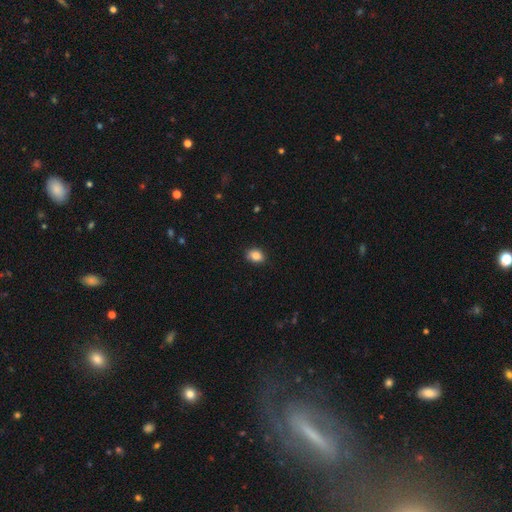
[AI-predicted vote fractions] Q: Smooth or featured?
A: smooth (86%); runner-up: star or artifact (9%)
Q: How rounded?
A: in between (64%); runner-up: round (35%)
Q: Merging?
A: none (86%); runner-up: minor disturbance (11%)